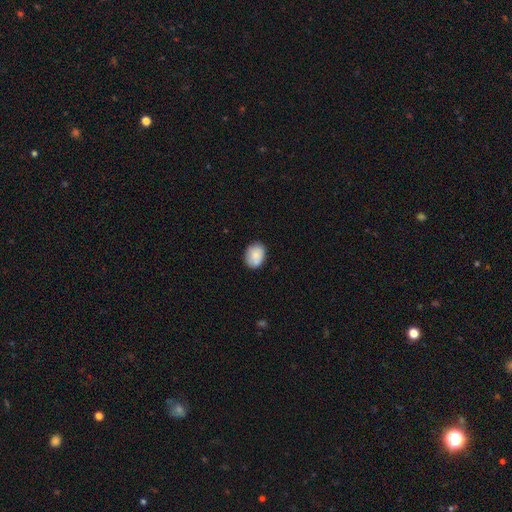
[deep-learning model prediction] Smooth or featured?
  - smooth: 84% *
  - featured or disk: 9%
  - star or artifact: 7%
How rounded?
  - in between: 64% *
  - round: 35%
  - cigar-shaped: 1%
Merging?
  - none: 80% *
  - minor disturbance: 16%
  - major disturbance: 3%
  - merger: 2%